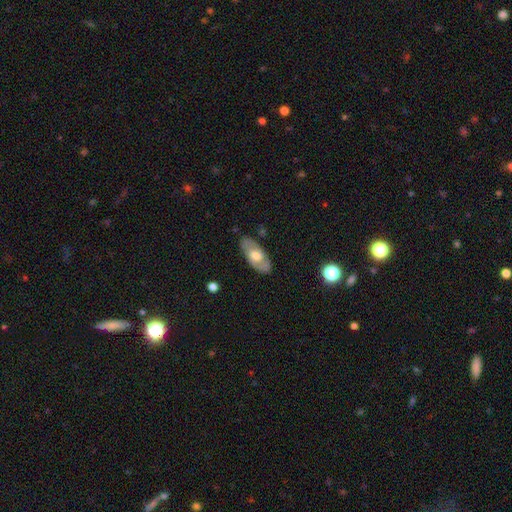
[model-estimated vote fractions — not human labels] featured or disk 53%, smooth 42%, star or artifact 5%. Down the decision tree: edge-on disk — no (83%); merging — none (83%).